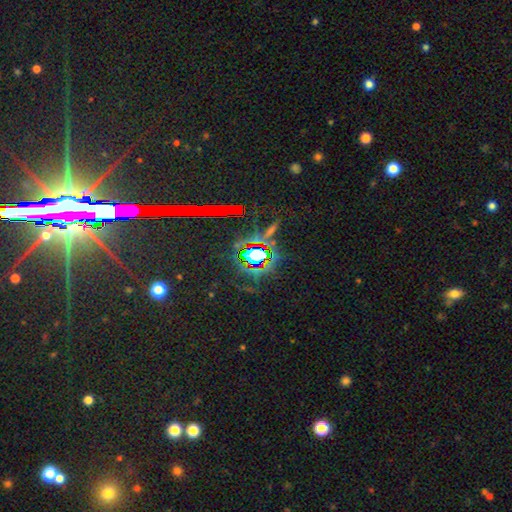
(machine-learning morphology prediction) The model was most divided on "smooth or featured": star or artifact: 71%, smooth: 15%, featured or disk: 13%.